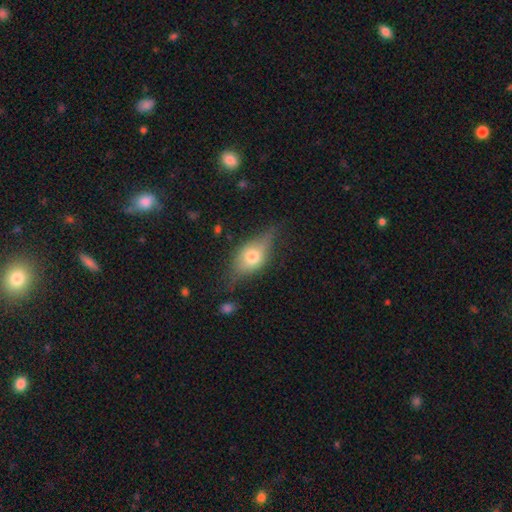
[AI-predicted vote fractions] This appears to be a featured or disk galaxy (55%) viewed edge-on (84%). Merging: none (73%).